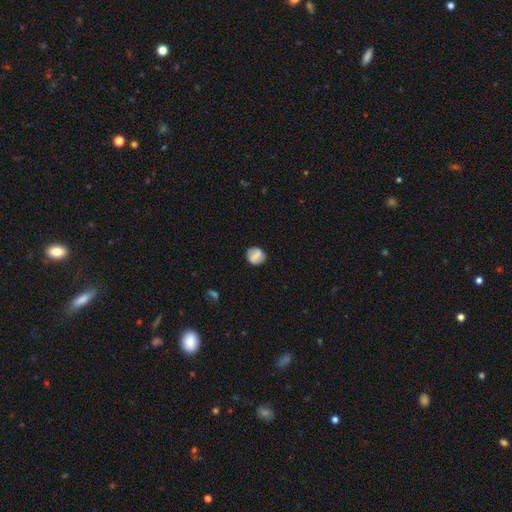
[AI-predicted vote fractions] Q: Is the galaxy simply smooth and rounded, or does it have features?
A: smooth — 62%.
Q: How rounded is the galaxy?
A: round — 78%.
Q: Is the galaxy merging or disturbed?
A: none — 82%.